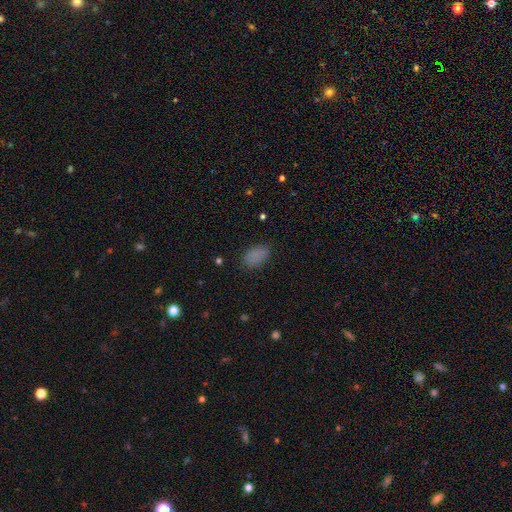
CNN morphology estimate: smooth-or-featured: smooth: 83% | star or artifact: 12% | featured or disk: 5%
  how-rounded: in between: 91% | round: 8% | cigar-shaped: 2%
  merging: none: 79% | minor disturbance: 16% | major disturbance: 5% | merger: 1%